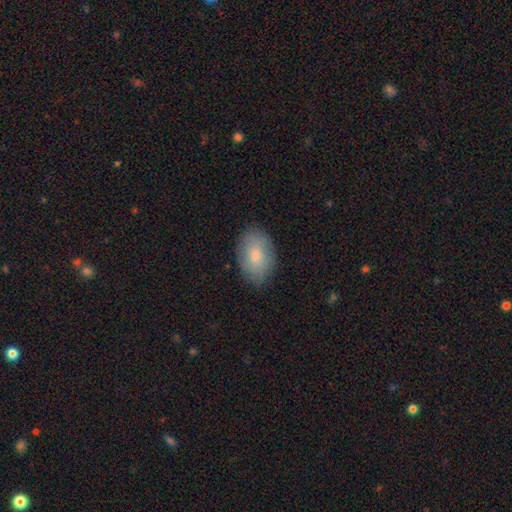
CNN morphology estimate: The model was most divided on "smooth or featured": smooth: 77%, featured or disk: 17%, star or artifact: 7%. More confident: how rounded — in between (87%); merging — none (83%).